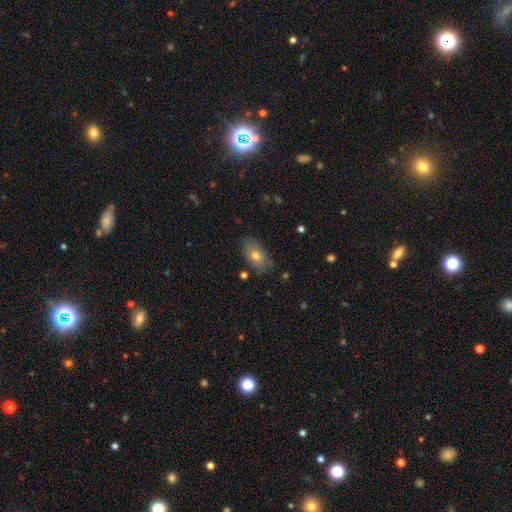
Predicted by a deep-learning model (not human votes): This is likely a smooth galaxy (71%). How rounded: clearly in between (90%). Merging: likely none (79%).